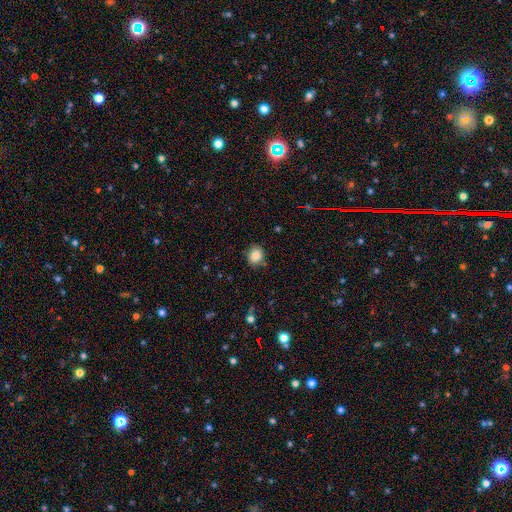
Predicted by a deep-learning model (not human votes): Overall: smooth (84%). How rounded: round (70%). Merging: none (81%).